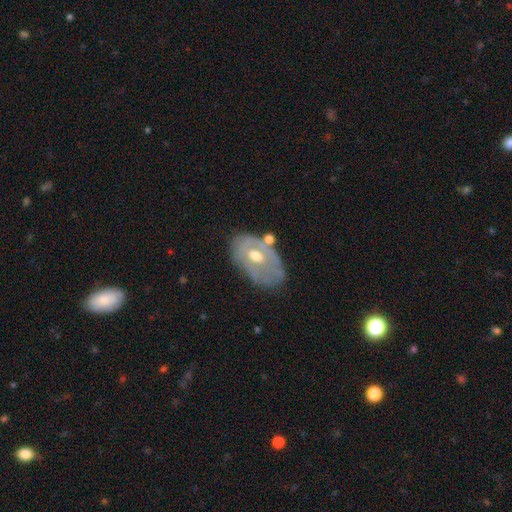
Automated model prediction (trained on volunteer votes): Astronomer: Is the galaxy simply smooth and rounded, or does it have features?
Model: featured or disk — 66%.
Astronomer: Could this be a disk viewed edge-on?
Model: no — 93%.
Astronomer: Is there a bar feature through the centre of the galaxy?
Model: no — 68%.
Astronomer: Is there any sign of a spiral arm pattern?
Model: no — 59% (runner-up: yes, 41%).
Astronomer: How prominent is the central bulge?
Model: moderate — 76%.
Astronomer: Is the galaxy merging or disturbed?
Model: none — 54%.